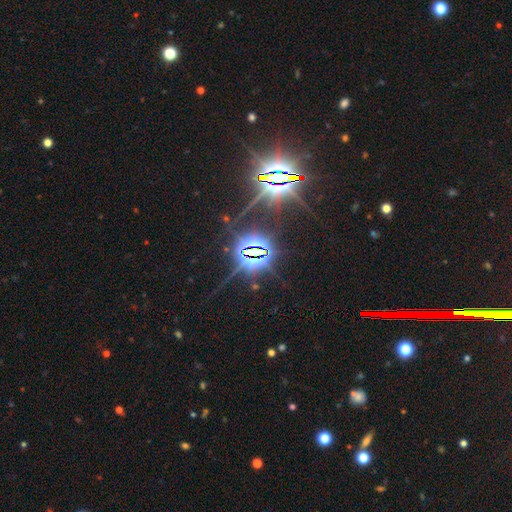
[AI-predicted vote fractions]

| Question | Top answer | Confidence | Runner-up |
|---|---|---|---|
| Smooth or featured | star or artifact | 83% | featured or disk (10%) |